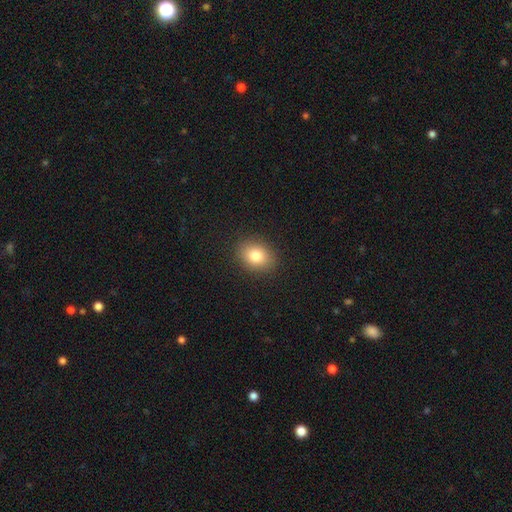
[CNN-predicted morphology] A smooth galaxy with no disk features (81%) that is in between round and cigar-shaped (57%).

Vote fractions:
- Smooth or featured? smooth: 81% / star or artifact: 10% / featured or disk: 8%
- How rounded? in between: 57% / round: 41% / cigar-shaped: 1%
- Merging? none: 89% / minor disturbance: 7% / major disturbance: 2% / merger: 1%